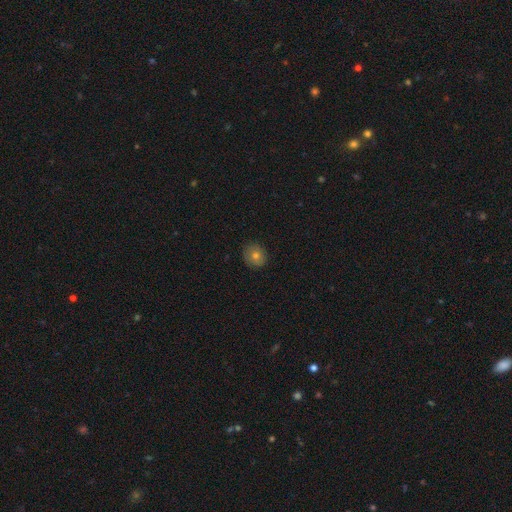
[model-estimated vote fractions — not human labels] This appears to be a smooth galaxy with no disk features (71%) that is round (86%). Merging: none (87%).